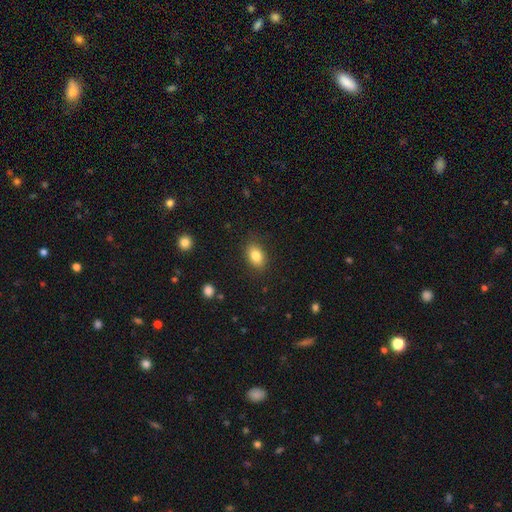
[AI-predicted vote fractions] smooth-or-featured: smooth: 84% | star or artifact: 8% | featured or disk: 8%
  how-rounded: in between: 83% | round: 16% | cigar-shaped: 2%
  merging: none: 85% | minor disturbance: 11% | major disturbance: 3% | merger: 1%